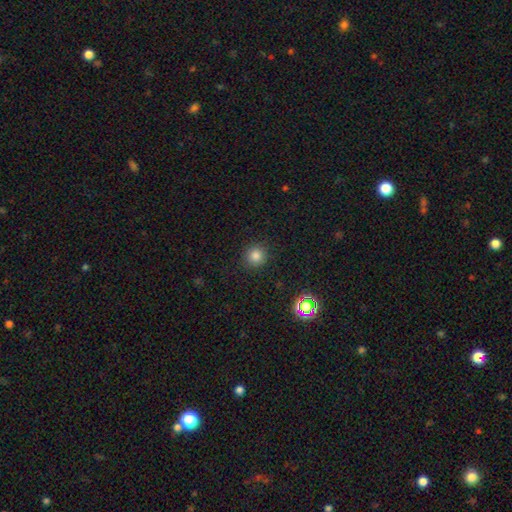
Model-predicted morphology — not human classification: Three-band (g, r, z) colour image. It shows a smooth galaxy with no disk features (81%) that is round (92%). Merging: none (90%).